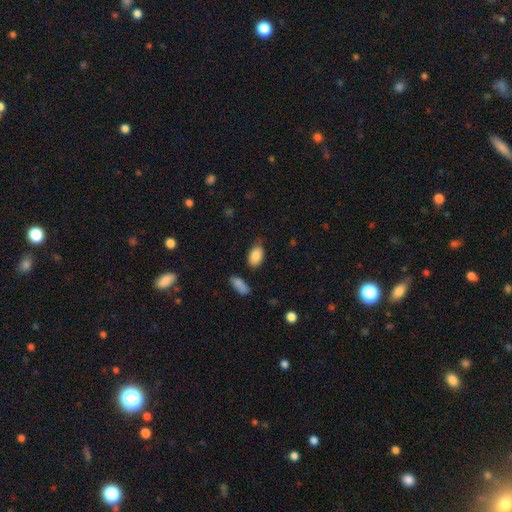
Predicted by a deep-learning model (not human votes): Morphology: type=smooth (87%); roundness=in between (91%); merging=none (70%).